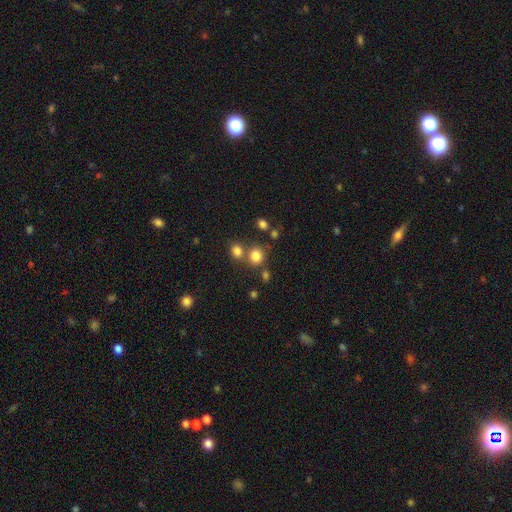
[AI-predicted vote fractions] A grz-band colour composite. It shows a smooth galaxy with no disk features (79%) that is round (81%). Merging: none (62%).